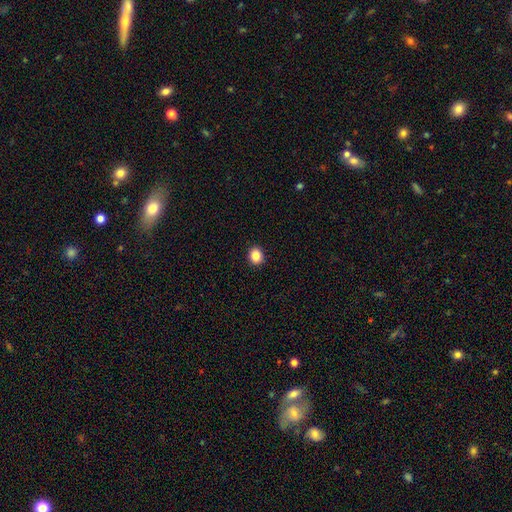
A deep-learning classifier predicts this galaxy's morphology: Q: Smooth or featured?
A: smooth (86%); runner-up: star or artifact (10%)
Q: How rounded?
A: round (68%); runner-up: in between (31%)
Q: Merging?
A: none (92%); runner-up: minor disturbance (5%)